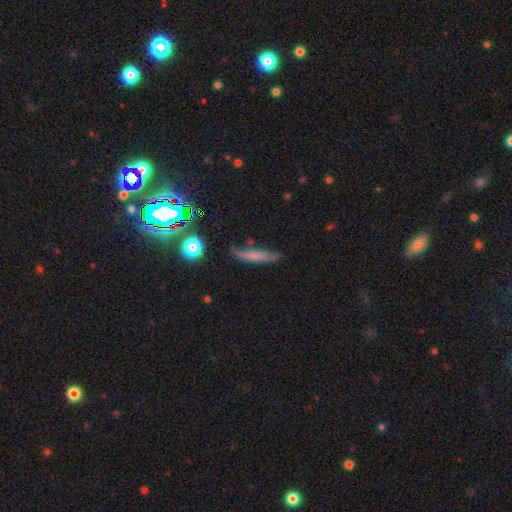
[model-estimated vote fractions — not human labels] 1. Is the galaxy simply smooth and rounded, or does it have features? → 64% smooth, 26% featured or disk, 9% star or artifact.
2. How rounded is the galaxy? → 84% cigar-shaped, 13% in between, 3% round.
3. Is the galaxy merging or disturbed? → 65% none, 25% minor disturbance, 6% major disturbance, 4% merger.